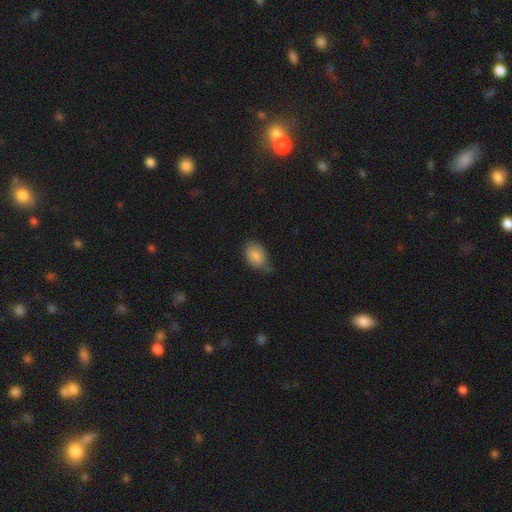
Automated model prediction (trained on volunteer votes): Overall: smooth (86%). How rounded: in between (79%). Merging: none (60%; minor disturbance 30%).